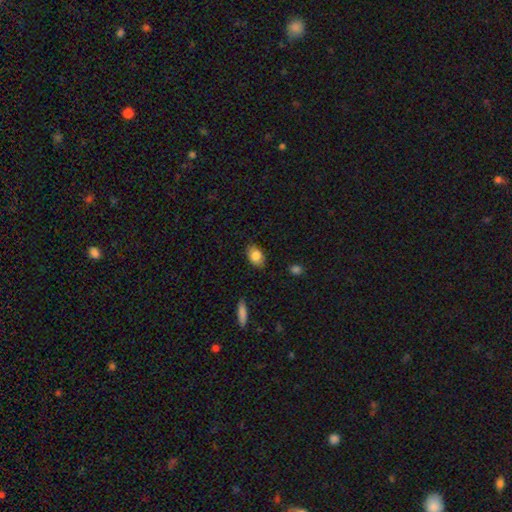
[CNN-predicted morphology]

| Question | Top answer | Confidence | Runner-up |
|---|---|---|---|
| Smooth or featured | smooth | 83% | featured or disk (9%) |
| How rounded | in between | 86% | round (12%) |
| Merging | none | 84% | minor disturbance (12%) |